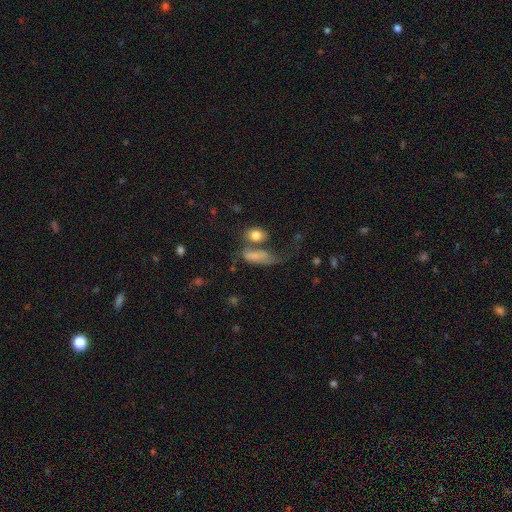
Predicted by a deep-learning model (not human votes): Smooth or featured? smooth (70%)
How rounded? in between (75%)
Merging? merger (35%)